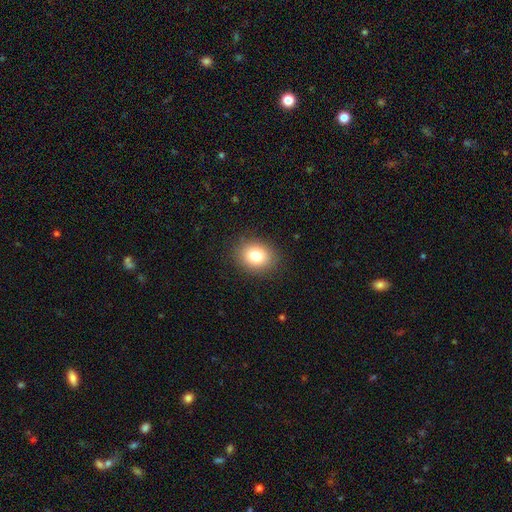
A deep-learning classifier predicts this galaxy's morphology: smooth_or_featured: smooth (p=0.81) [alt: star or artifact p=0.11]
how_rounded: round (p=0.50) [alt: in between p=0.49]
merging: none (p=0.88) [alt: minor disturbance p=0.08]